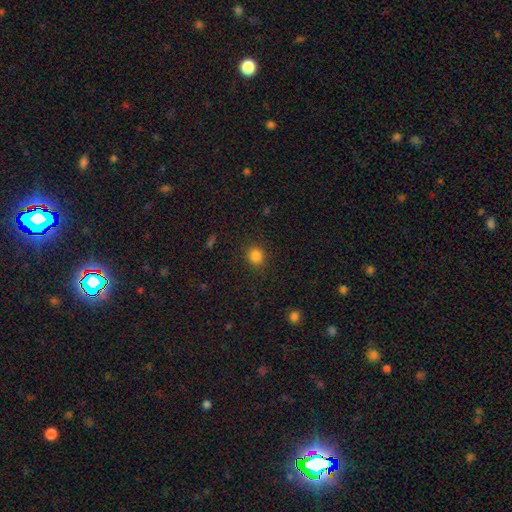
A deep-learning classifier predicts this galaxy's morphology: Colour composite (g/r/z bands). It shows a smooth galaxy with no disk features (84%) that is round (86%). Merging: none (89%).